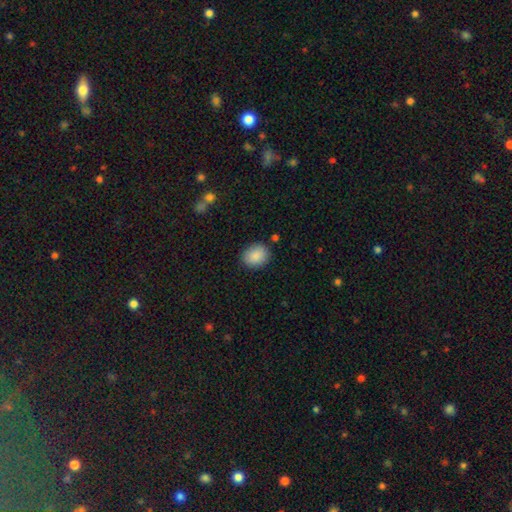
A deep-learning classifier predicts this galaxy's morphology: smooth-or-featured: smooth: 88% | star or artifact: 7% | featured or disk: 4%
  how-rounded: round: 58% | in between: 41% | cigar-shaped: 1%
  merging: none: 86% | minor disturbance: 9% | major disturbance: 3% | merger: 2%